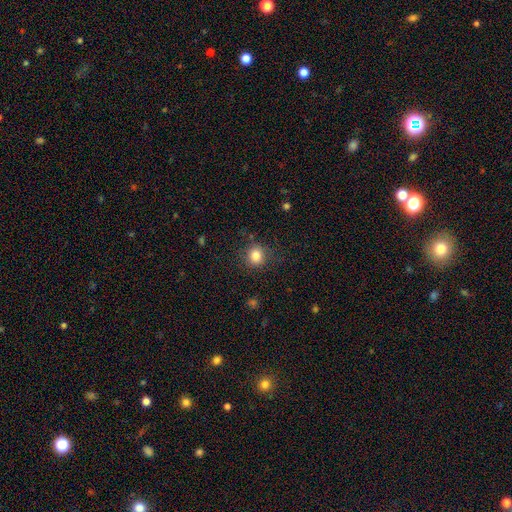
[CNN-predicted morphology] Q: Smooth or featured?
A: smooth (83%); runner-up: star or artifact (12%)
Q: How rounded?
A: round (84%); runner-up: in between (15%)
Q: Merging?
A: none (83%); runner-up: minor disturbance (12%)